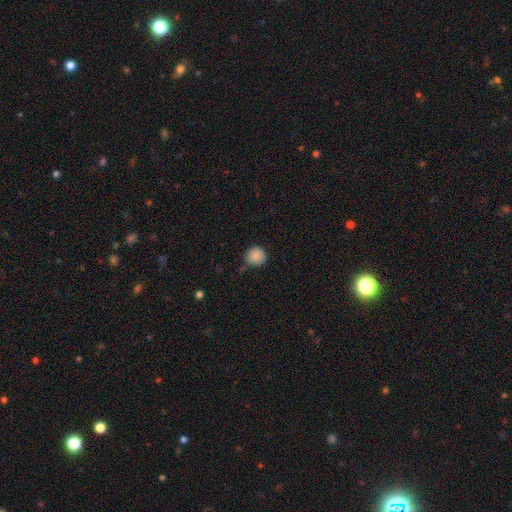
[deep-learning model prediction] The model was most divided on "merging": none: 73%, minor disturbance: 20%, major disturbance: 4%, merger: 3%. More confident: how rounded — round (91%); smooth or featured — smooth (87%).